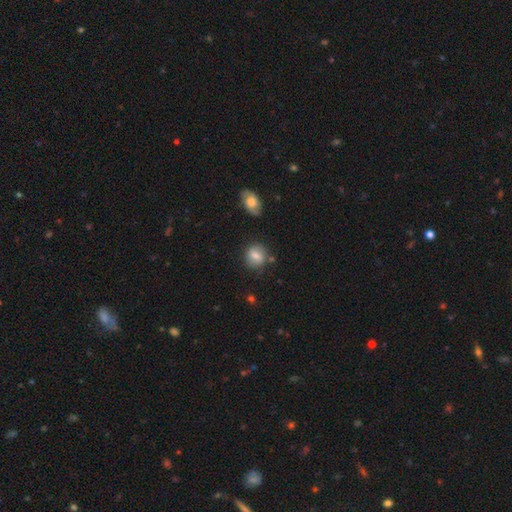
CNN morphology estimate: Smooth or featured? Predicted: smooth (p=0.72). How rounded? Predicted: round (p=0.72). Merging? Predicted: none (p=0.75).